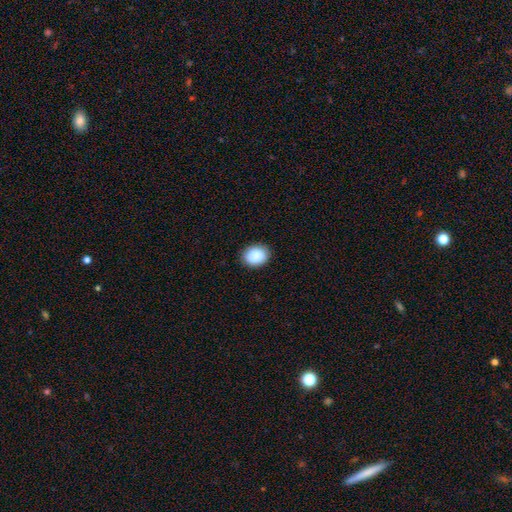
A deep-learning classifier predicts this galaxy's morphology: Smooth or featured: smooth — 89% (star or artifact — 7%)
How rounded: in between — 55% (round — 44%)
Merging: none — 87% (minor disturbance — 10%)